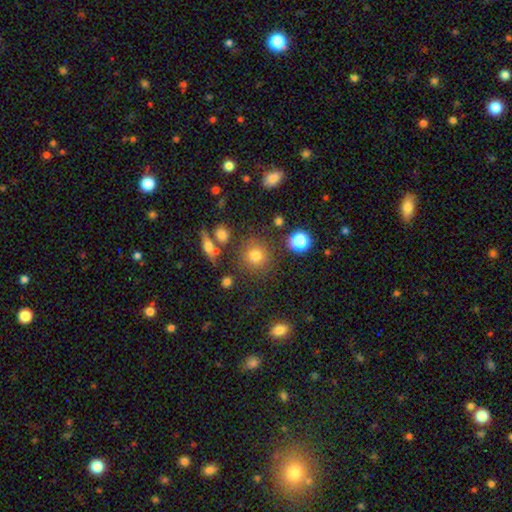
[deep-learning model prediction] This is likely a smooth galaxy (72%). How rounded: clearly round (89%). Merging: likely none (78%).